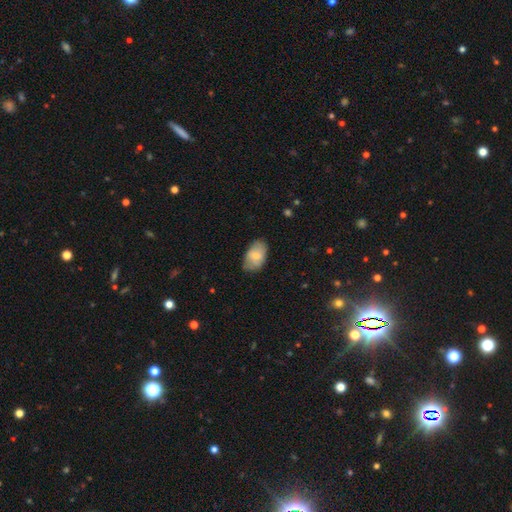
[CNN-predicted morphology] type=smooth (75%); roundness=in between (92%); merging=none (70%).